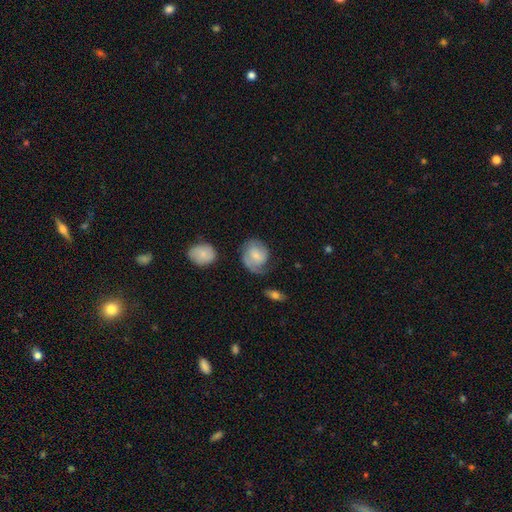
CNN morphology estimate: Overall: featured or disk (48%; smooth 46%). Merging: none (51%; minor disturbance 26%).